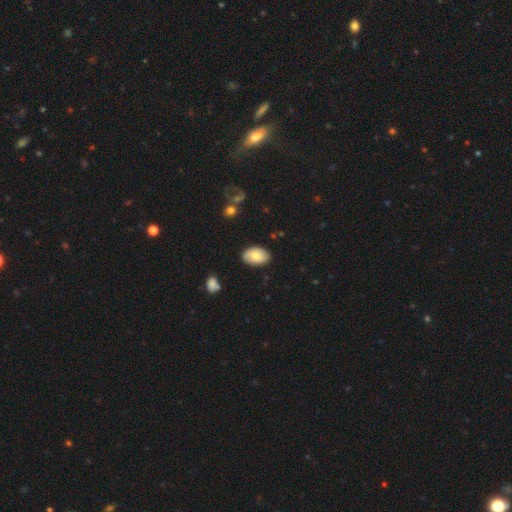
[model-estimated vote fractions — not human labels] Morphology: type=smooth (72%); roundness=in between (91%); merging=none (83%).